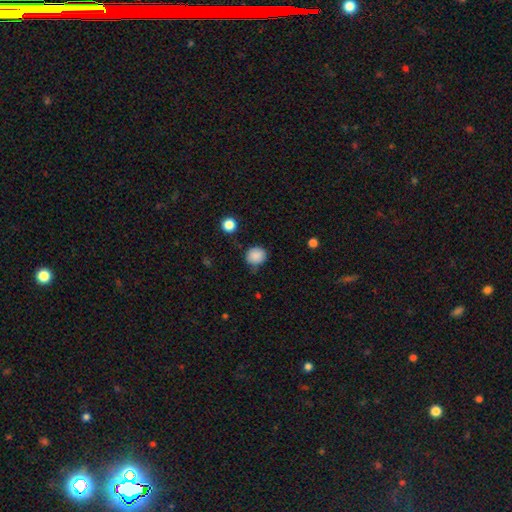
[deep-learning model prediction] A smooth galaxy with no disk features (87%) that is round (81%).

Vote fractions:
- Smooth or featured? smooth: 87% / star or artifact: 9% / featured or disk: 3%
- How rounded? round: 81% / in between: 18% / cigar-shaped: 1%
- Merging? none: 76% / minor disturbance: 18% / major disturbance: 4% / merger: 2%